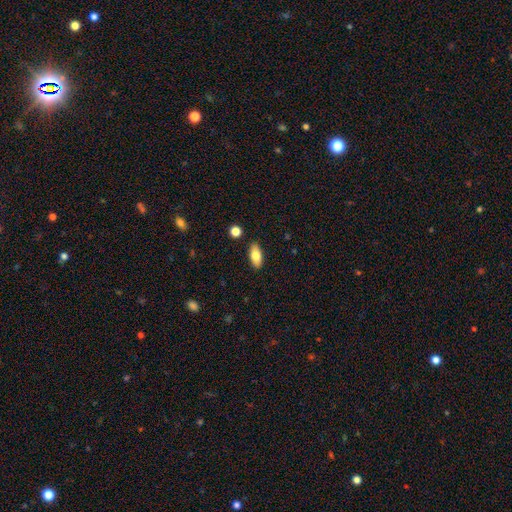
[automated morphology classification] Smooth or featured: smooth — 78% (featured or disk — 15%)
How rounded: in between — 87% (cigar-shaped — 10%)
Merging: none — 87% (minor disturbance — 9%)